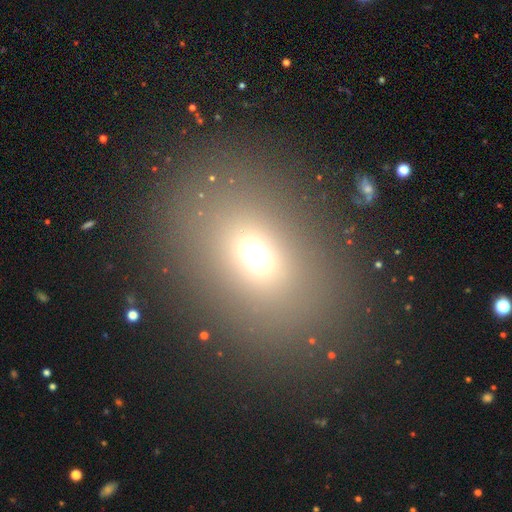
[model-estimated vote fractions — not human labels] The model was most divided on "how rounded": in between: 62%, round: 36%, cigar-shaped: 2%. More confident: merging — none (83%); smooth or featured — smooth (65%).